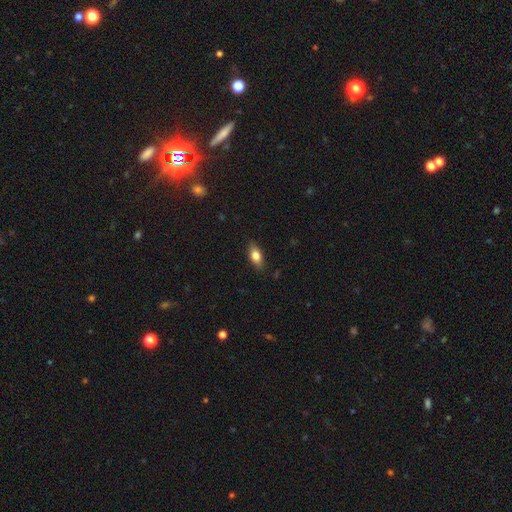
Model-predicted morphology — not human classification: This is likely a smooth galaxy (76%). How rounded: clearly in between (82%). Merging: clearly none (85%).